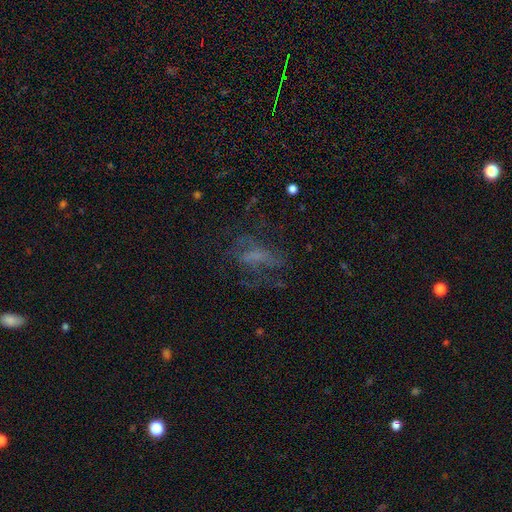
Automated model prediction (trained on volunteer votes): Smooth or featured? featured or disk (46%)
Merging? none (45%)